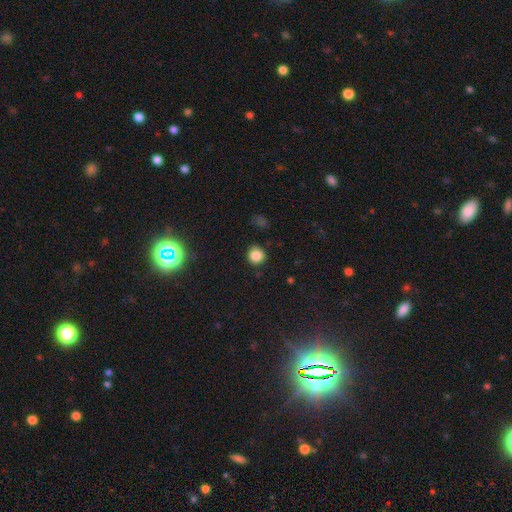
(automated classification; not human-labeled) Overall: smooth (83%). How rounded: round (91%). Merging: none (87%).